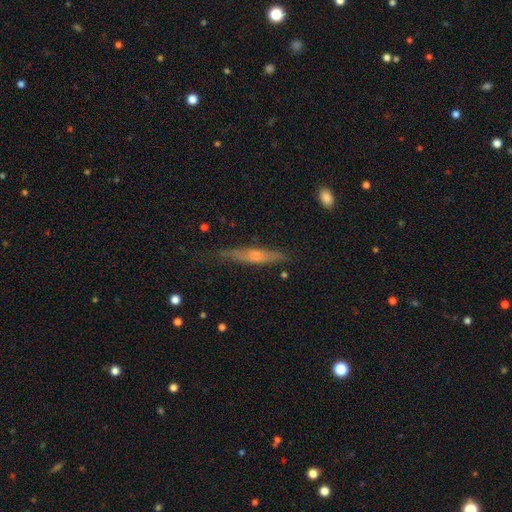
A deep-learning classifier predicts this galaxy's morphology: The model was most divided on "smooth or featured": featured or disk: 50%, smooth: 43%, star or artifact: 7%. More confident: merging — none (76%).